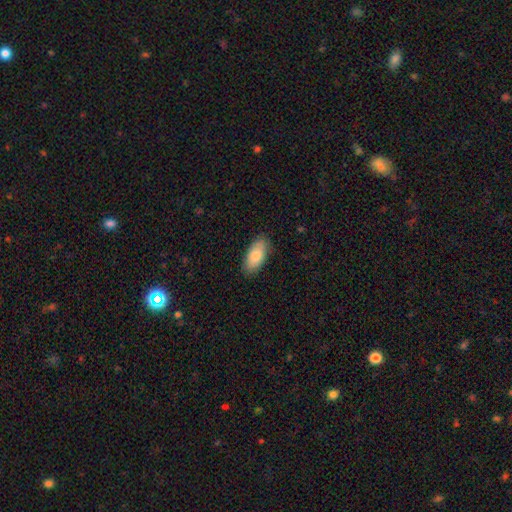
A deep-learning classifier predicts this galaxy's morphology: Smooth or featured? smooth (83%)
How rounded? in between (91%)
Merging? none (87%)